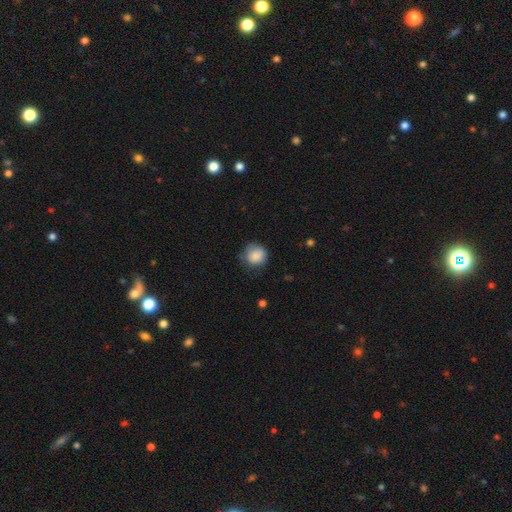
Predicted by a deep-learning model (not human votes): Smooth or featured? smooth (86%)
How rounded? round (89%)
Merging? none (66%)